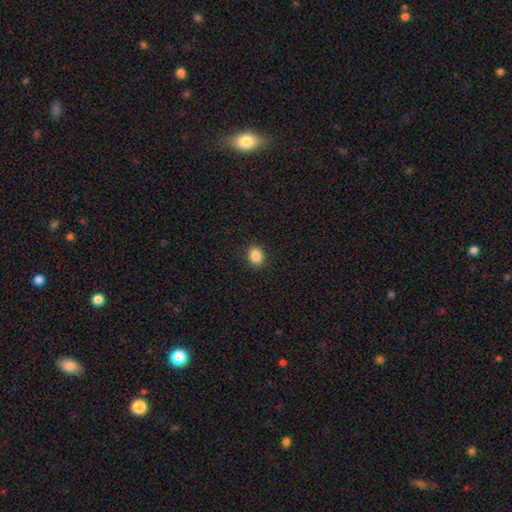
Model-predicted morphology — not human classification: smooth_or_featured: smooth (p=0.87) [alt: star or artifact p=0.10]
how_rounded: round (p=0.51) [alt: in between p=0.48]
merging: none (p=0.89) [alt: minor disturbance p=0.08]